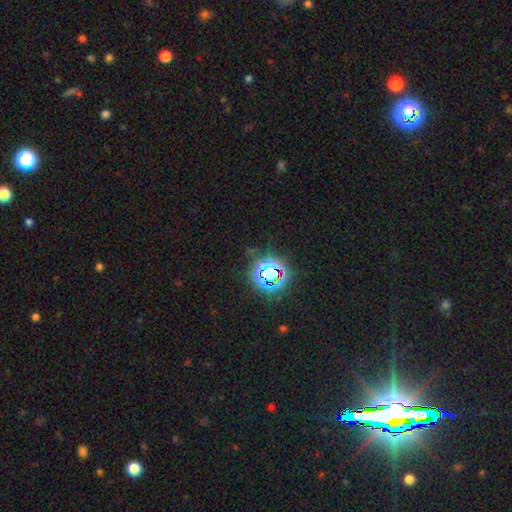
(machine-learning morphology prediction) smooth-or-featured: star or artifact: 76% | smooth: 15% | featured or disk: 8%